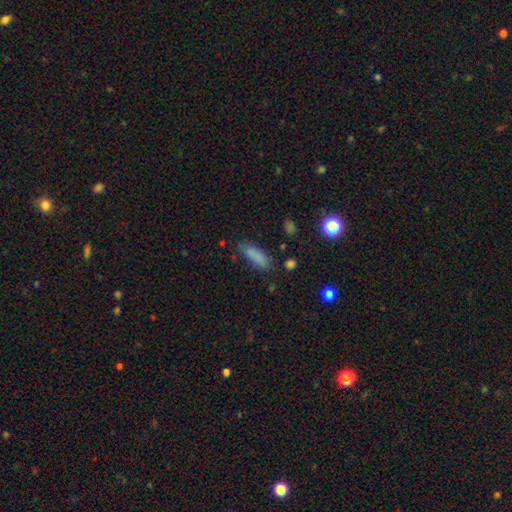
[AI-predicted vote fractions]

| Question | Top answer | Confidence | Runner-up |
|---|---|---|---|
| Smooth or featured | smooth | 84% | star or artifact (9%) |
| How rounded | in between | 53% | cigar-shaped (45%) |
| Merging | none | 75% | minor disturbance (17%) |